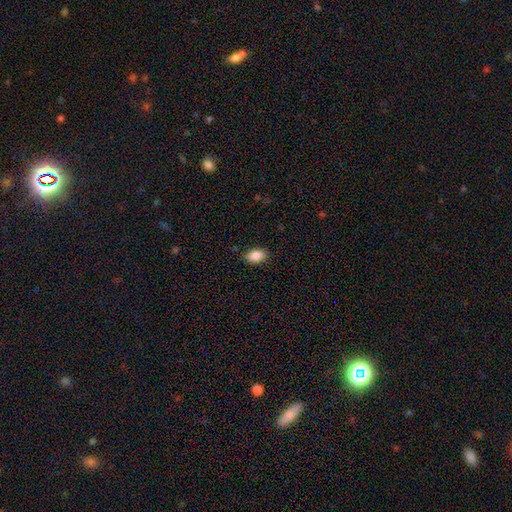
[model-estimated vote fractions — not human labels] Smooth or featured: smooth — 88% (star or artifact — 8%)
How rounded: in between — 90% (round — 8%)
Merging: none — 85% (minor disturbance — 11%)